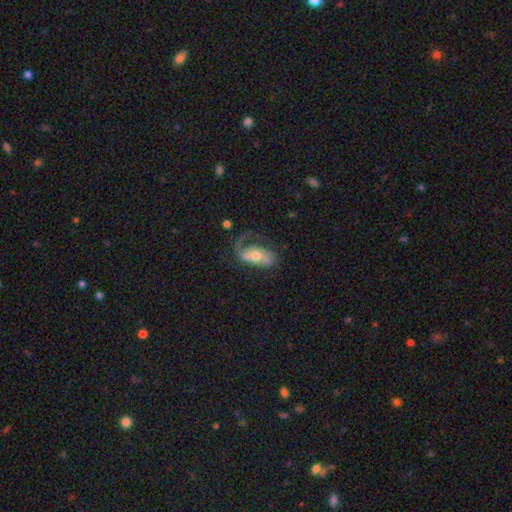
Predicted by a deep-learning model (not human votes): This is likely a featured or disk galaxy (75%). It is clearly not viewed edge-on (95%). Bar: possibly no (58%). Spiral arm pattern: clearly yes (89%). Spiral arm count: possibly 1 (47%). Spiral winding: marginally loose (43%). Central bulge: likely moderate (67%). Merging: marginally none (39%).